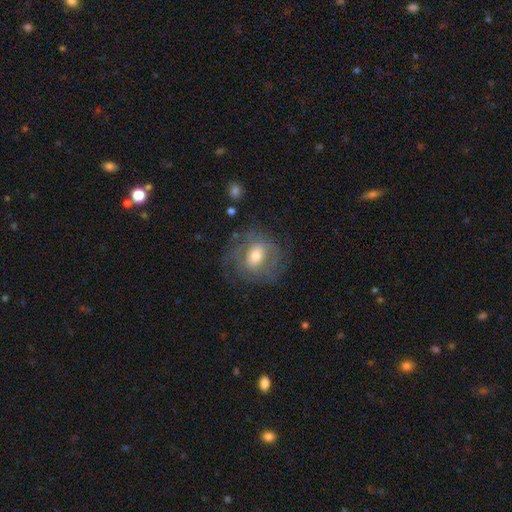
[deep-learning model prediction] This is possibly a featured or disk galaxy (56%). It is clearly not viewed edge-on (96%). Bar: possibly no (55%). Spiral arm pattern: possibly yes (58%). Central bulge: likely moderate (67%). Merging: likely none (64%).